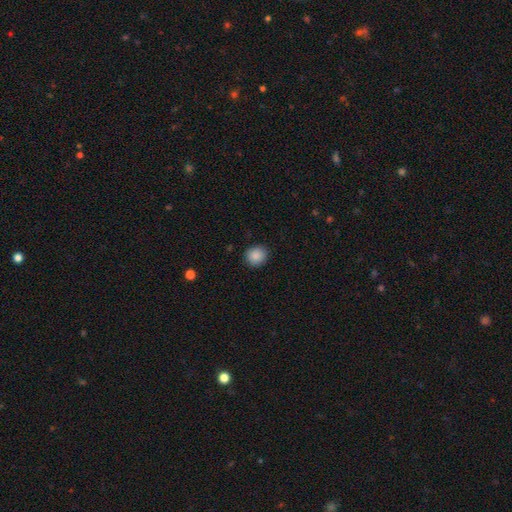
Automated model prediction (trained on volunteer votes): smooth_or_featured: smooth (p=0.88) [alt: star or artifact p=0.09]
how_rounded: round (p=0.82) [alt: in between p=0.17]
merging: none (p=0.89) [alt: minor disturbance p=0.08]